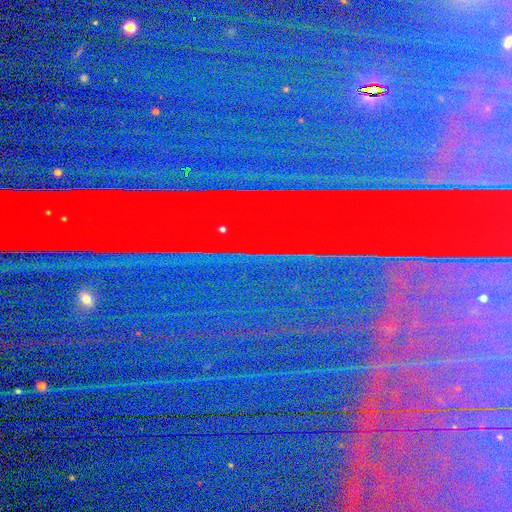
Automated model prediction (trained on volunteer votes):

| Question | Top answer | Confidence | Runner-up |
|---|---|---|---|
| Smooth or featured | star or artifact | 87% | featured or disk (7%) |